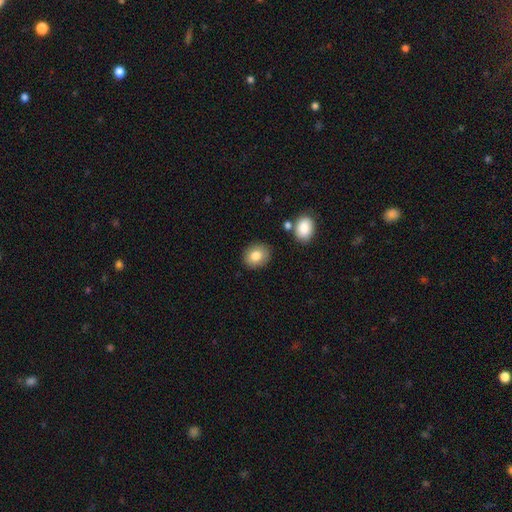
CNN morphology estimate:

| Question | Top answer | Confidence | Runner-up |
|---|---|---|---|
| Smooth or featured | smooth | 82% | featured or disk (10%) |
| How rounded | round | 63% | in between (37%) |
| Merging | none | 84% | minor disturbance (10%) |